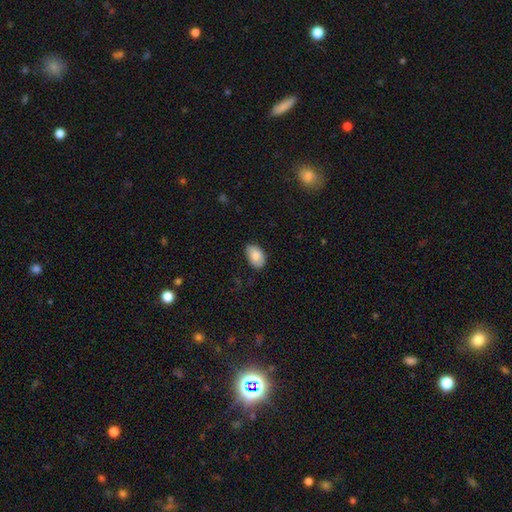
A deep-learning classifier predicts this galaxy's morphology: Overall: smooth (82%). How rounded: in between (91%). Merging: none (80%).